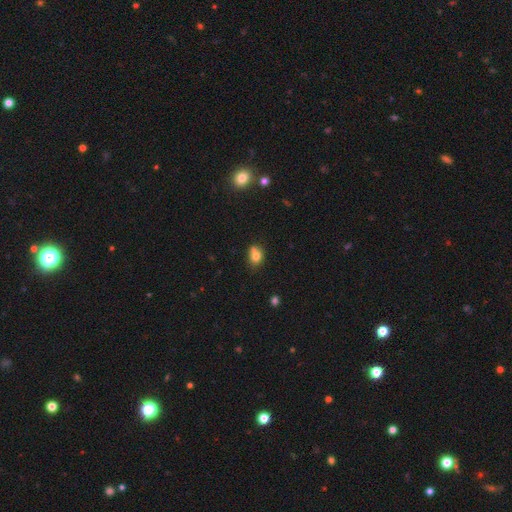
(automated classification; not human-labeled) Overall: smooth (76%). How rounded: in between (52%; round 46%). Merging: none (44%; merger 28%).